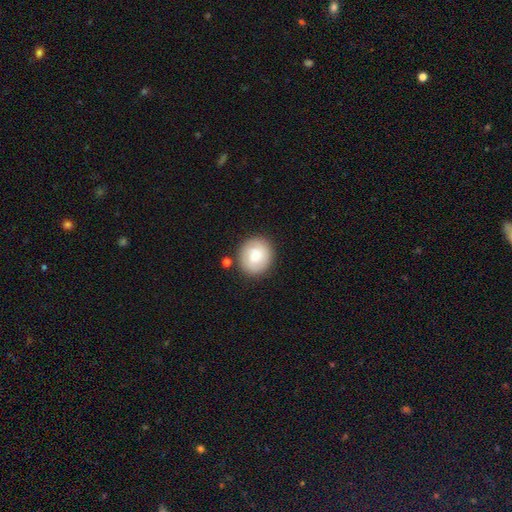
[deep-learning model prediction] This appears to be a smooth galaxy with no disk features (78%) that is round (77%). Merging: none (82%).